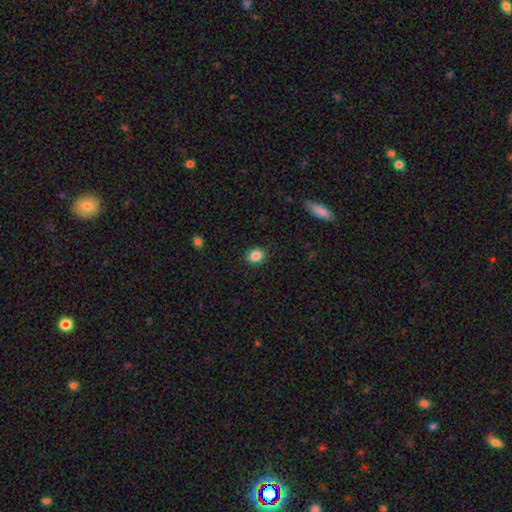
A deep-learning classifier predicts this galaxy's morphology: Smooth or featured? smooth (86%)
How rounded? round (51%)
Merging? none (87%)